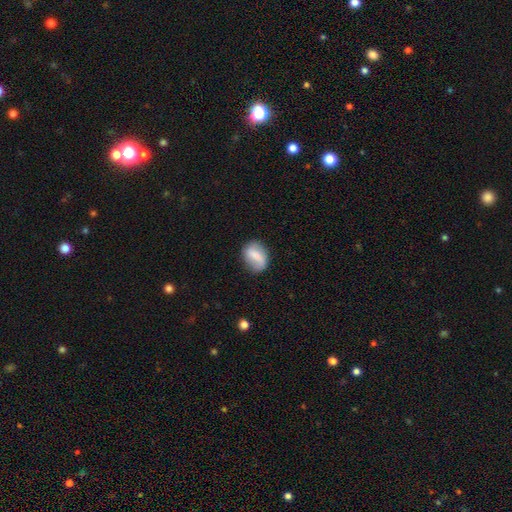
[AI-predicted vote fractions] A smooth galaxy with no disk features (58%) that is in between round and cigar-shaped (67%). Merging: none (73%).